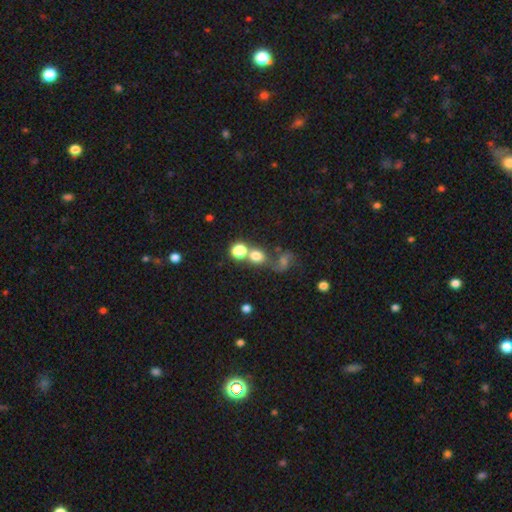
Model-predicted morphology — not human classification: Q: Smooth or featured?
A: smooth (70%); runner-up: star or artifact (18%)
Q: How rounded?
A: round (75%); runner-up: in between (24%)
Q: Merging?
A: none (47%); runner-up: merger (36%)